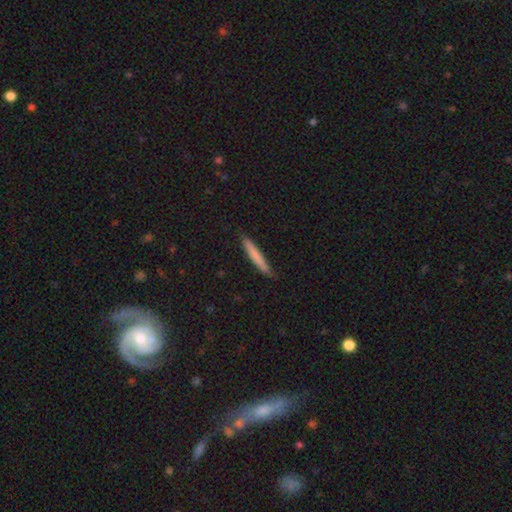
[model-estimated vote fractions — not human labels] A smooth galaxy with no disk features (76%) that is cigar-shaped (96%). Merging: none (85%).